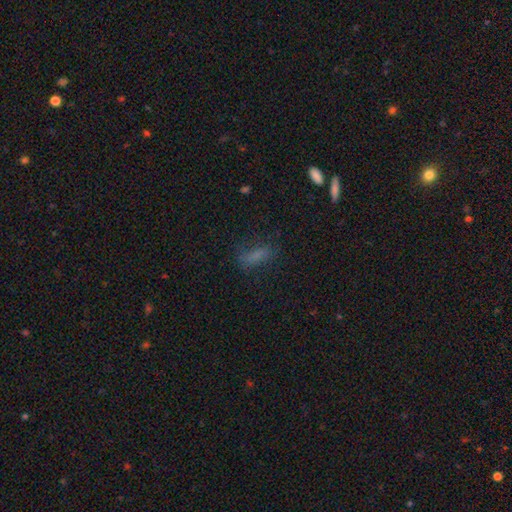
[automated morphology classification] Smooth or featured? smooth (67%)
How rounded? in between (52%)
Merging? none (67%)